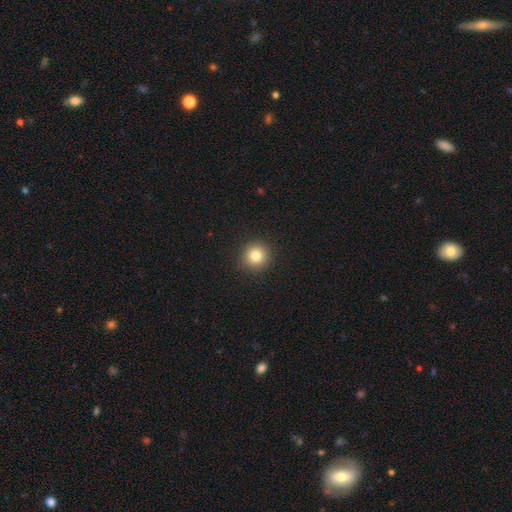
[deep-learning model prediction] A smooth galaxy with no disk features (82%) that is round (93%).

Vote fractions:
- Smooth or featured? smooth: 82% / star or artifact: 12% / featured or disk: 6%
- How rounded? round: 93% / in between: 6% / cigar-shaped: 1%
- Merging? none: 92% / minor disturbance: 5% / major disturbance: 2% / merger: 1%